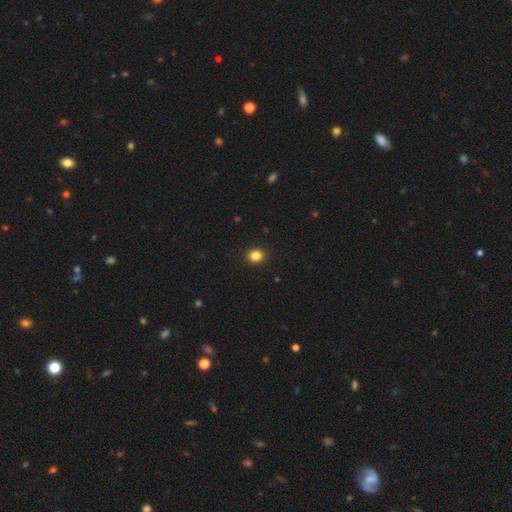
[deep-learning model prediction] Smooth or featured? smooth (85%)
How rounded? round (71%)
Merging? none (92%)